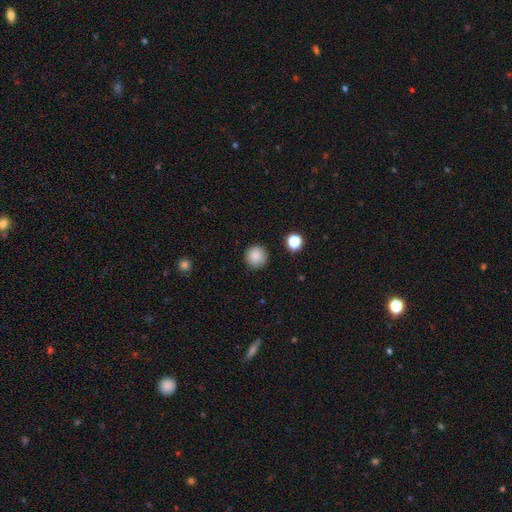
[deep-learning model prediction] Smooth or featured? smooth (85%)
How rounded? round (95%)
Merging? none (90%)